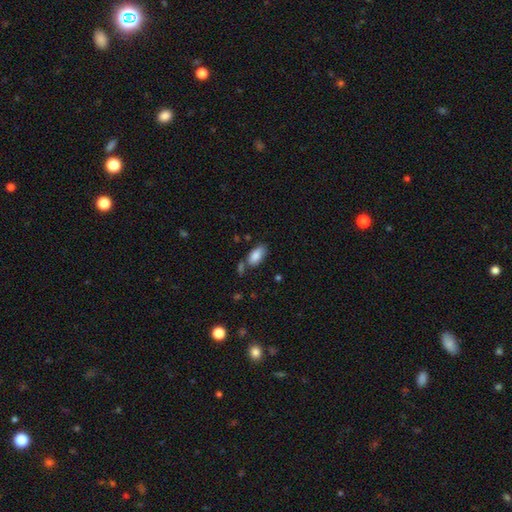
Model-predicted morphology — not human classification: smooth-or-featured: smooth: 85% | featured or disk: 8% | star or artifact: 7%
  how-rounded: in between: 93% | cigar-shaped: 5% | round: 3%
  merging: none: 65% | minor disturbance: 18% | merger: 13% | major disturbance: 5%